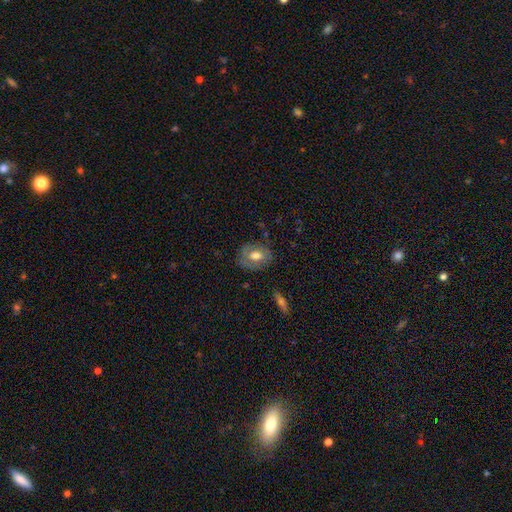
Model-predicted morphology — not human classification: Overall: smooth (58%; featured or disk 35%). How rounded: in between (59%; round 40%). Merging: none (72%).